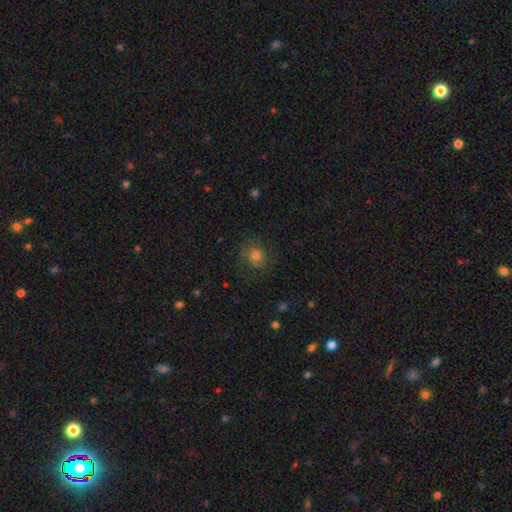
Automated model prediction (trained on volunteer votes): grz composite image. It shows a smooth galaxy with no disk features (67%) that is round (78%). Merging: none (72%).